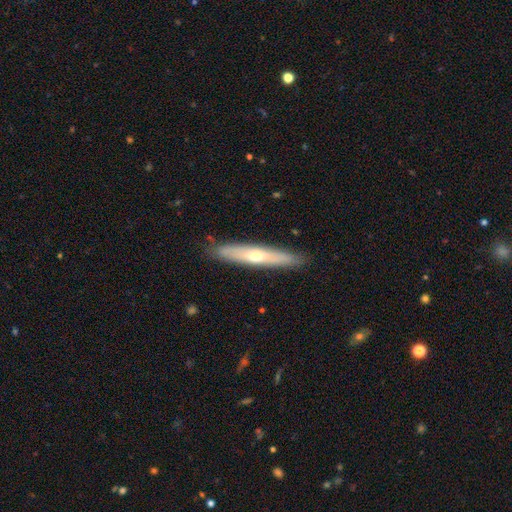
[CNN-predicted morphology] smooth_or_featured: featured or disk (p=0.50) [alt: smooth p=0.45]
merging: none (p=0.87) [alt: minor disturbance p=0.10]